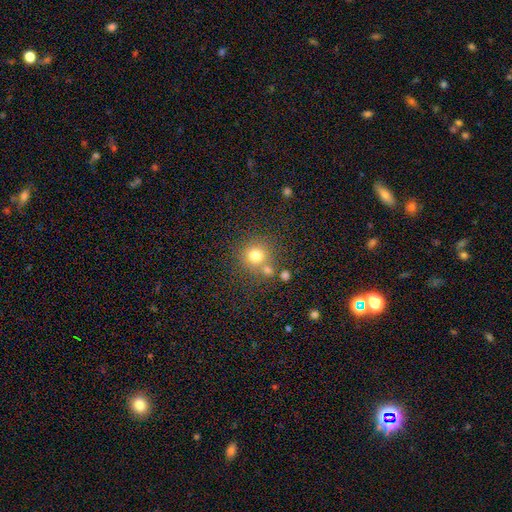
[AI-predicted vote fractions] Smooth or featured: smooth — 76% (star or artifact — 15%)
How rounded: round — 91% (in between — 8%)
Merging: none — 68% (merger — 19%)